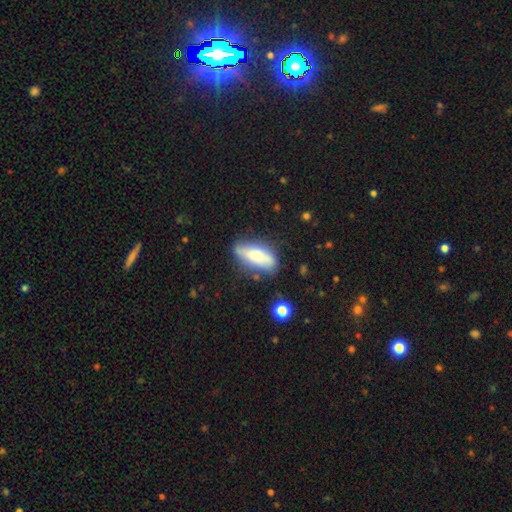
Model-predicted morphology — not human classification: Smooth or featured? smooth (70%)
How rounded? in between (71%)
Merging? none (65%)